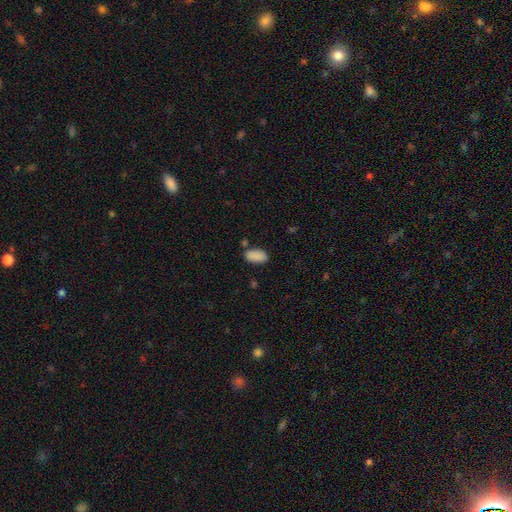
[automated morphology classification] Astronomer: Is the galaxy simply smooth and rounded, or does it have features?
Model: smooth — 89%.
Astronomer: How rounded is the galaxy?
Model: in between — 94%.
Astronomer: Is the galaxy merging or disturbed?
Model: none — 76%.